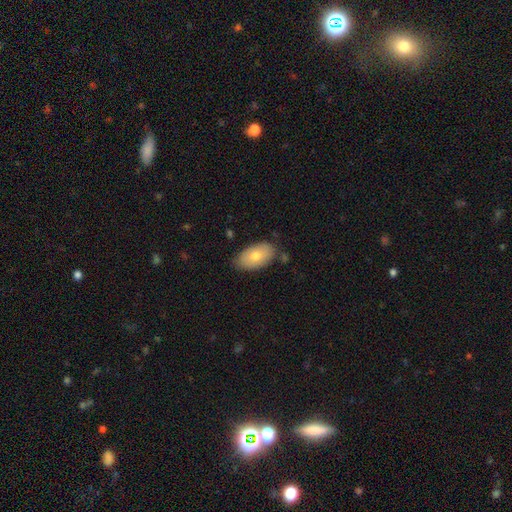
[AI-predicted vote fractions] Q: Smooth or featured?
A: smooth (73%); runner-up: featured or disk (20%)
Q: How rounded?
A: in between (94%); runner-up: round (5%)
Q: Merging?
A: none (79%); runner-up: minor disturbance (15%)